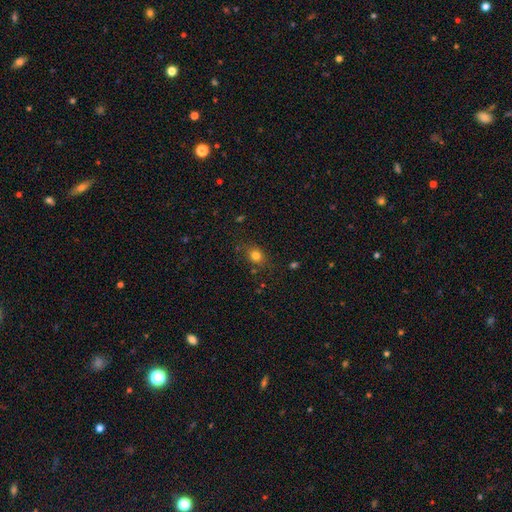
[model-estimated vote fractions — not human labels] Smooth or featured? smooth (79%)
How rounded? round (62%)
Merging? none (78%)